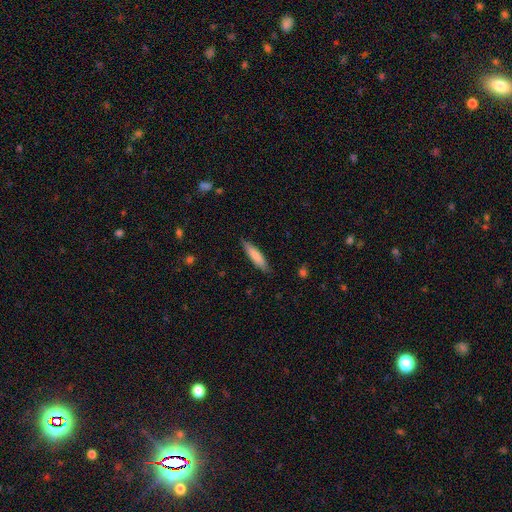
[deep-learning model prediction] Smooth or featured?
  - smooth: 79% *
  - featured or disk: 15%
  - star or artifact: 5%
How rounded?
  - cigar-shaped: 78% *
  - in between: 21%
  - round: 1%
Merging?
  - none: 86% *
  - minor disturbance: 11%
  - major disturbance: 2%
  - merger: 1%